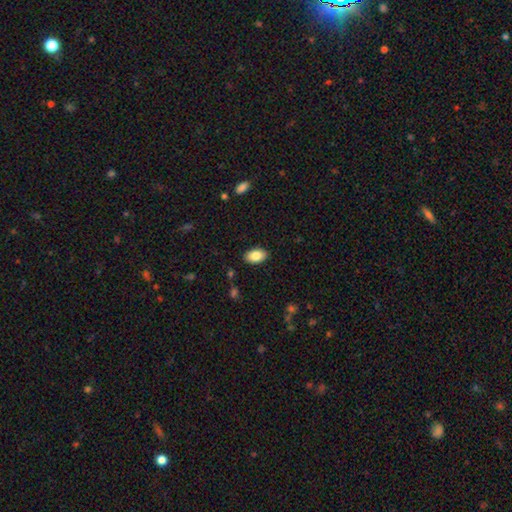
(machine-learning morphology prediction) Smooth or featured? Predicted: smooth (p=0.86). How rounded? Predicted: in between (p=0.93). Merging? Predicted: none (p=0.87).